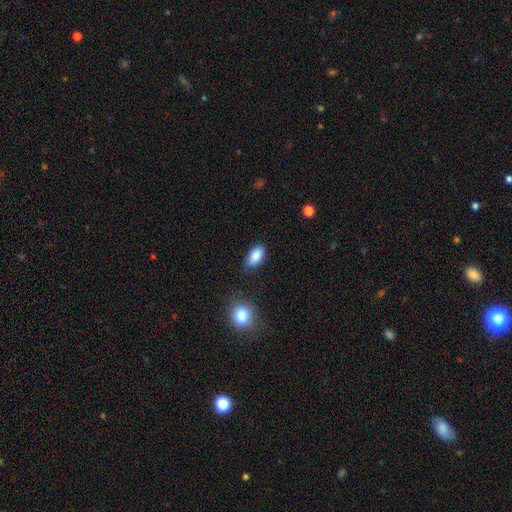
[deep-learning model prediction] Morphology: type=smooth (88%); roundness=in between (92%); merging=none (79%).